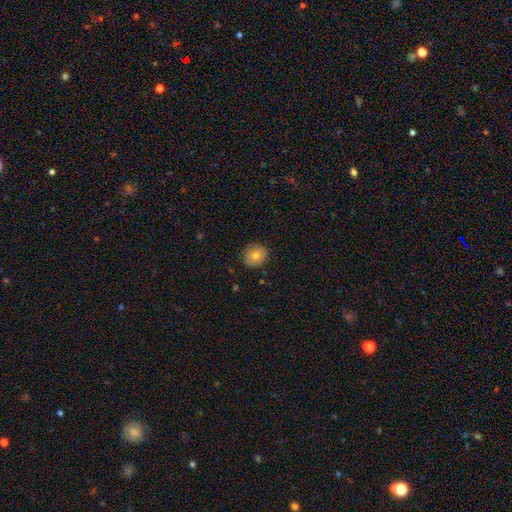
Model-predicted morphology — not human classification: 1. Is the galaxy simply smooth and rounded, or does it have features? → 77% smooth, 14% featured or disk, 8% star or artifact.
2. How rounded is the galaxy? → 84% round, 15% in between, 1% cigar-shaped.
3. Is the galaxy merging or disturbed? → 86% none, 11% minor disturbance, 2% major disturbance, 1% merger.